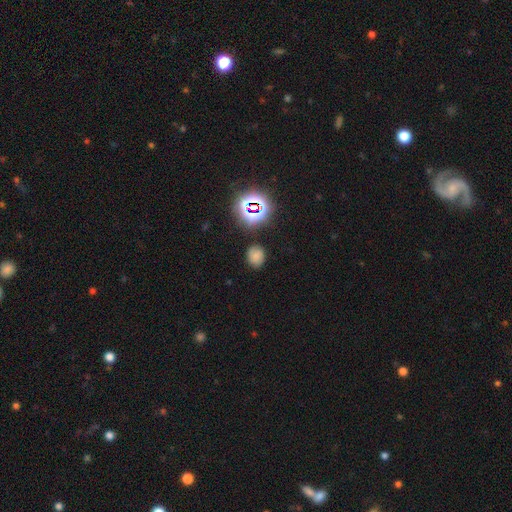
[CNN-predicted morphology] smooth-or-featured: smooth: 66% | star or artifact: 24% | featured or disk: 10%
  how-rounded: round: 61% | in between: 38% | cigar-shaped: 1%
  merging: none: 80% | minor disturbance: 14% | major disturbance: 4% | merger: 2%